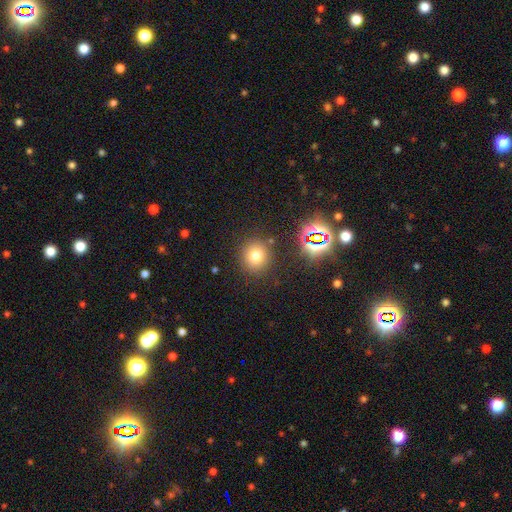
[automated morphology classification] Overall: smooth (71%). How rounded: round (88%). Merging: none (85%).